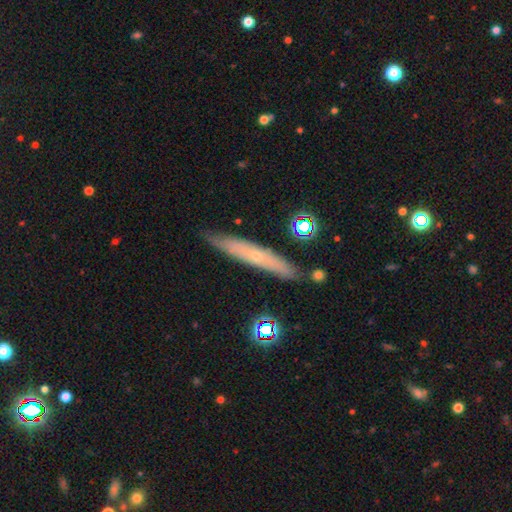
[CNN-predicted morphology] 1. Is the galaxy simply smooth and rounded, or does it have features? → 55% featured or disk, 37% smooth, 8% star or artifact.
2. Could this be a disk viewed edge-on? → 80% yes, 20% no.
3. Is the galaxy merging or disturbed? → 84% none, 12% minor disturbance, 2% merger, 2% major disturbance.